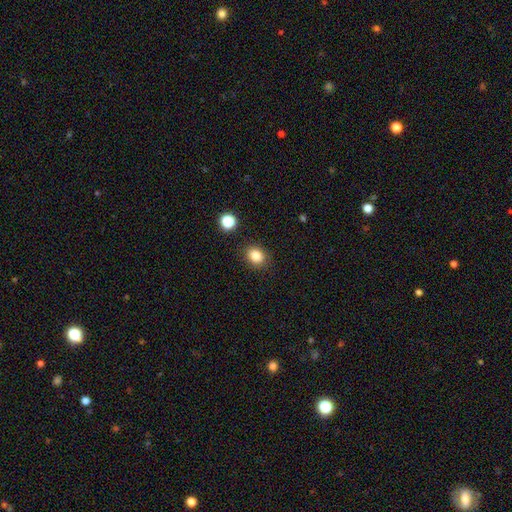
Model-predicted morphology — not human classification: smooth 83%, star or artifact 11%, featured or disk 5%. Down the decision tree: how rounded — round (56%); merging — none (87%).